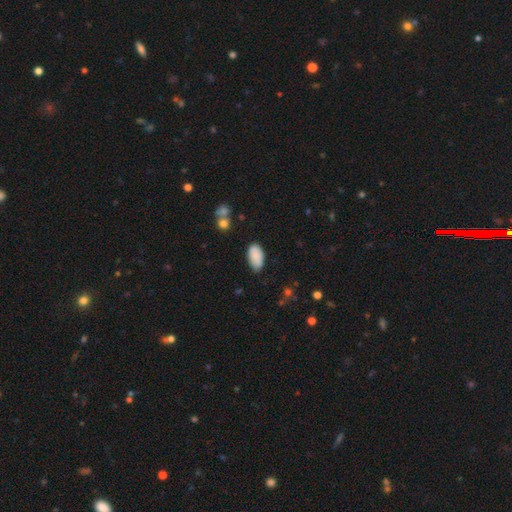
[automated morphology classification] Smooth or featured: smooth — 88% (star or artifact — 7%)
How rounded: in between — 95% (round — 3%)
Merging: none — 77% (minor disturbance — 17%)